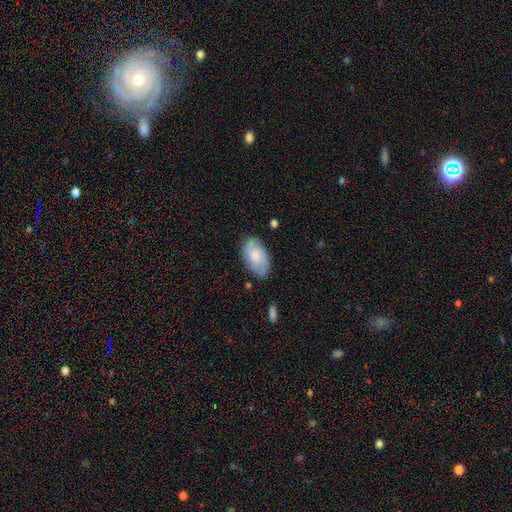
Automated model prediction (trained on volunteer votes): This appears to be a smooth galaxy with no disk features (58%) that is in between round and cigar-shaped (94%). Merging: none (75%).